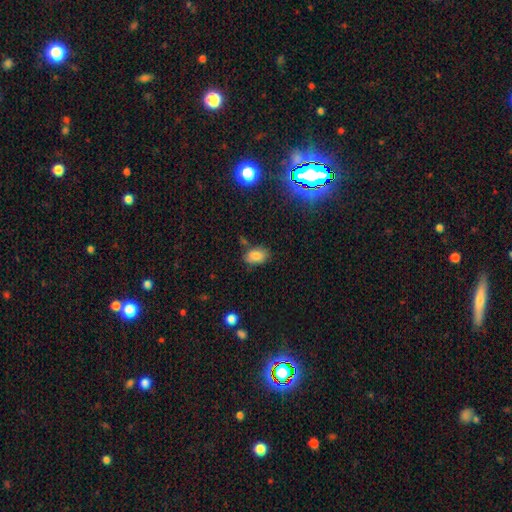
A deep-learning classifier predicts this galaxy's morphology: Smooth or featured? Predicted: smooth (p=0.83). How rounded? Predicted: in between (p=0.88). Merging? Predicted: none (p=0.73).